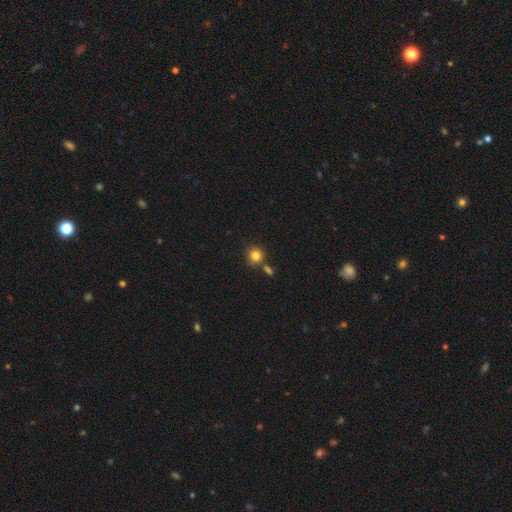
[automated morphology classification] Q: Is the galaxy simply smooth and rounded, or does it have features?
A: smooth — 82%.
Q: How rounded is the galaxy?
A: round — 88%.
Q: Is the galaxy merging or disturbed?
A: none — 67%.